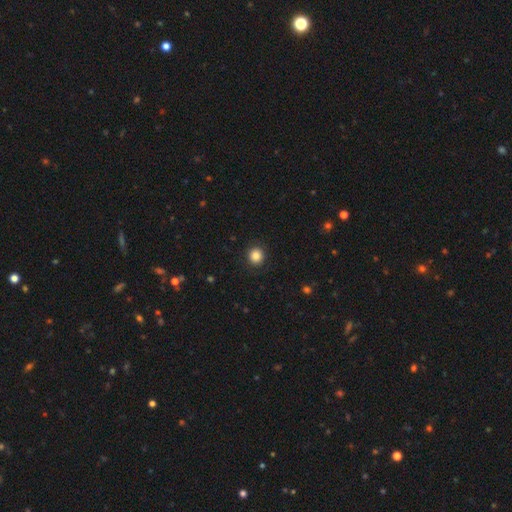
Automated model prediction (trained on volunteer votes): smooth 86%, star or artifact 10%, featured or disk 4%. Down the decision tree: how rounded — round (90%); merging — none (91%).